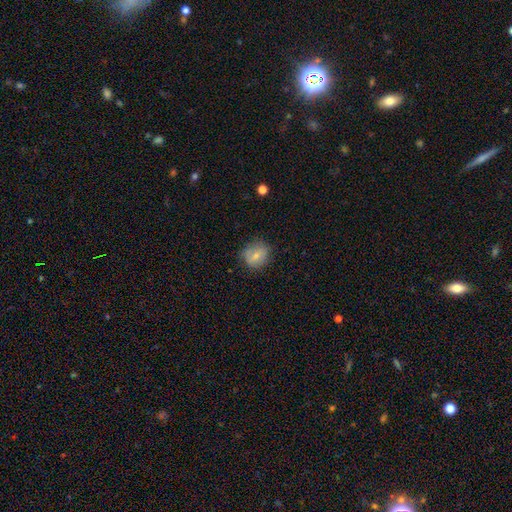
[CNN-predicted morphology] Smooth or featured? Predicted: smooth (p=0.67). How rounded? Predicted: round (p=0.71). Merging? Predicted: none (p=0.72).